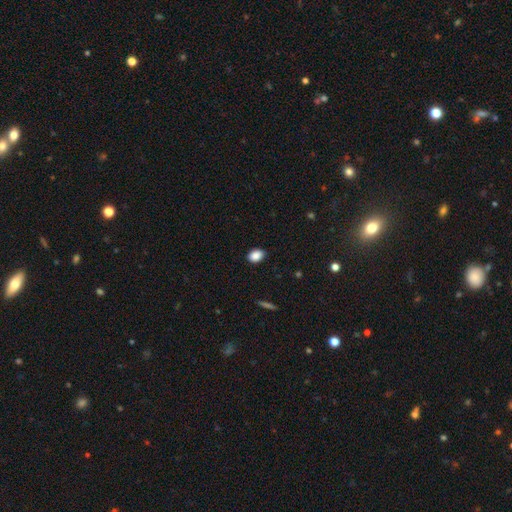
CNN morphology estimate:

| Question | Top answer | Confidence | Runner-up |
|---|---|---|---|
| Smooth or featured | smooth | 88% | star or artifact (8%) |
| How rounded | in between | 76% | round (22%) |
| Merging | none | 86% | minor disturbance (11%) |